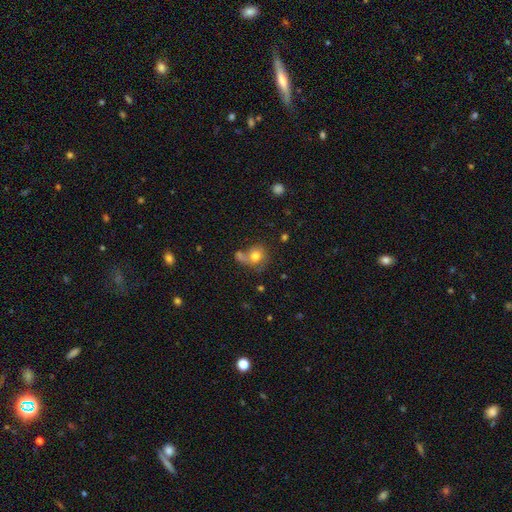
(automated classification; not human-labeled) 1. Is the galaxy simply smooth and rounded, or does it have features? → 70% smooth, 19% featured or disk, 11% star or artifact.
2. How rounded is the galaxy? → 71% round, 28% in between, 1% cigar-shaped.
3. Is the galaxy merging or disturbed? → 36% none, 33% merger, 17% minor disturbance, 14% major disturbance.